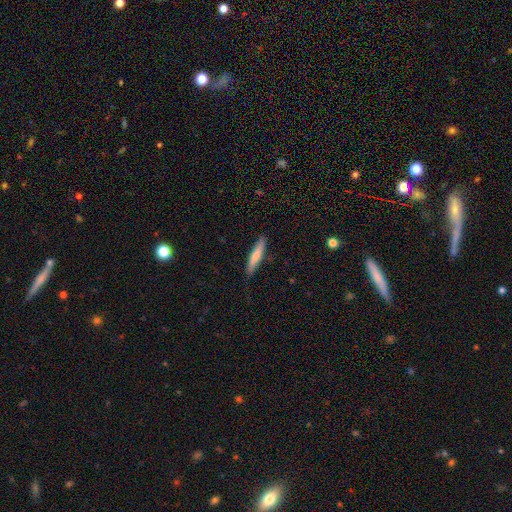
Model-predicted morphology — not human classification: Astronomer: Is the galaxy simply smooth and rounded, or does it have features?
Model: smooth — 70%.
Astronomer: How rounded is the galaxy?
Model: cigar-shaped — 89%.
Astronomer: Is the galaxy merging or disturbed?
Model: none — 86%.